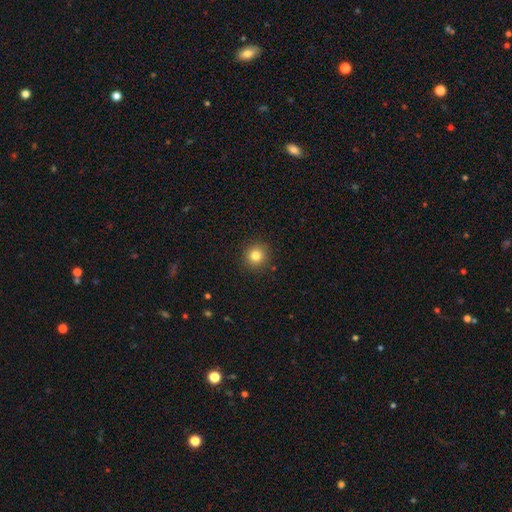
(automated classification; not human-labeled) Smooth or featured? Predicted: smooth (p=0.81). How rounded? Predicted: round (p=0.93). Merging? Predicted: none (p=0.90).